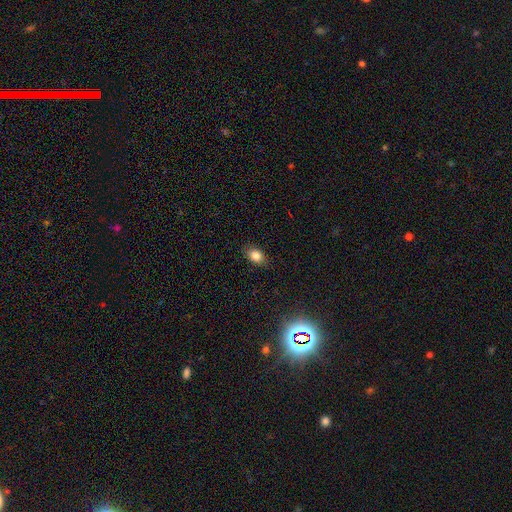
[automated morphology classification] This is clearly a smooth galaxy (82%). How rounded: likely in between (73%). Merging: clearly none (86%).